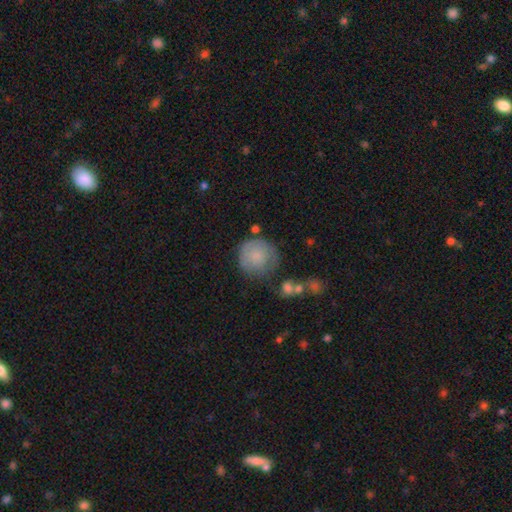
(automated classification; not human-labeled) smooth_or_featured: smooth (p=0.74) [alt: featured or disk p=0.18]
how_rounded: round (p=0.92) [alt: in between p=0.07]
merging: none (p=0.61) [alt: minor disturbance p=0.23]